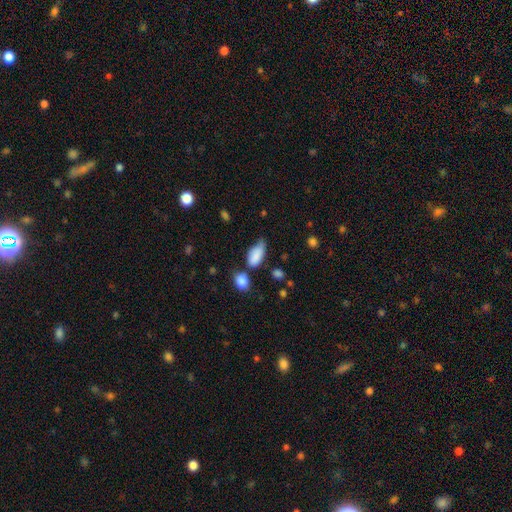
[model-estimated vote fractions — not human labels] Smooth or featured?
  - smooth: 84% *
  - featured or disk: 8%
  - star or artifact: 8%
How rounded?
  - in between: 90% *
  - cigar-shaped: 6%
  - round: 4%
Merging?
  - minor disturbance: 39% *
  - none: 34%
  - major disturbance: 13%
  - merger: 13%